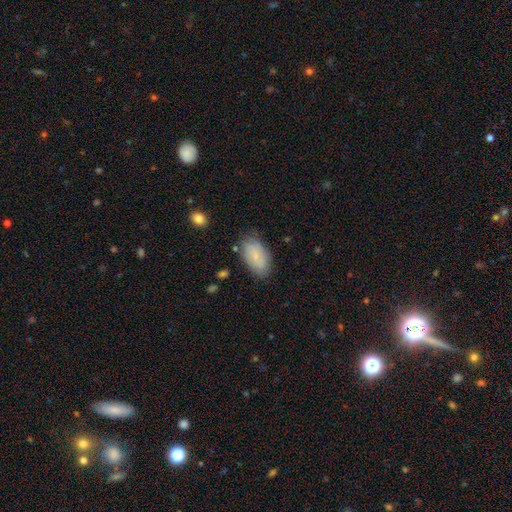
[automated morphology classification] This is likely a smooth galaxy (74%). How rounded: clearly in between (94%). Merging: likely none (76%).